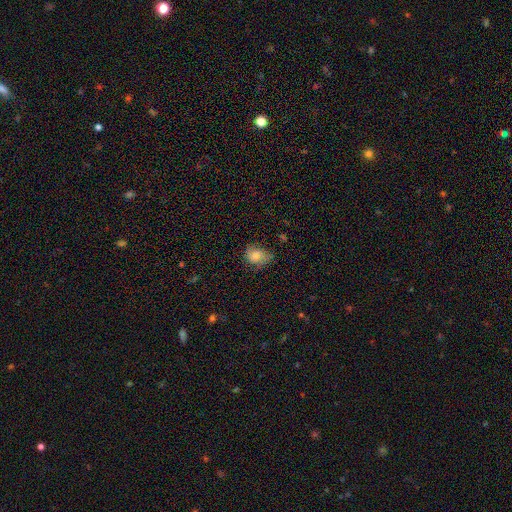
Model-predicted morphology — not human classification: type=smooth (75%); roundness=in between (50%); merging=none (61%).